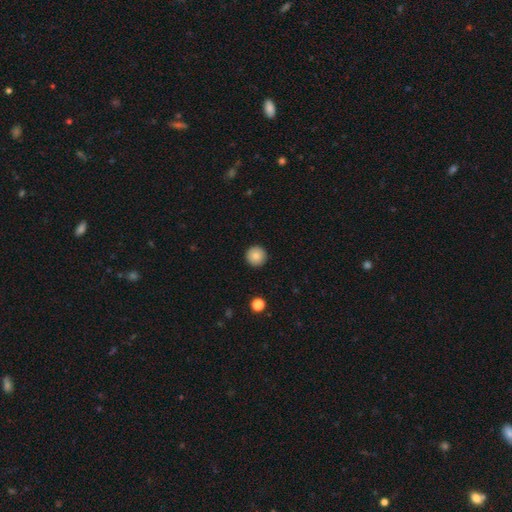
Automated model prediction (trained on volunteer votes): A smooth galaxy with no disk features (85%) that is round (96%).

Vote fractions:
- Smooth or featured? smooth: 85% / star or artifact: 9% / featured or disk: 6%
- How rounded? round: 96% / in between: 3% / cigar-shaped: 1%
- Merging? none: 93% / minor disturbance: 4% / major disturbance: 2% / merger: 1%